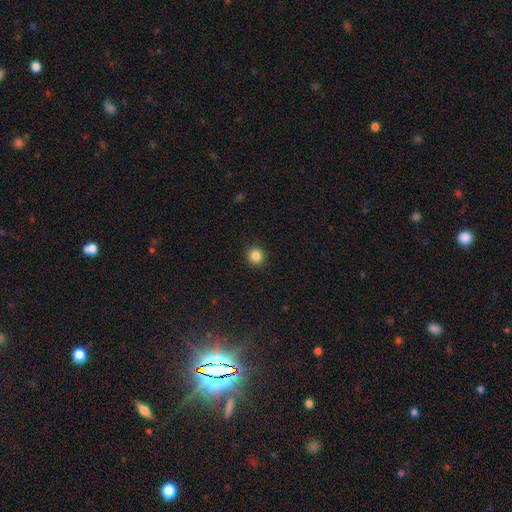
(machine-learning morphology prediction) smooth 85%, star or artifact 11%, featured or disk 4%. Down the decision tree: how rounded — round (92%); merging — none (92%).